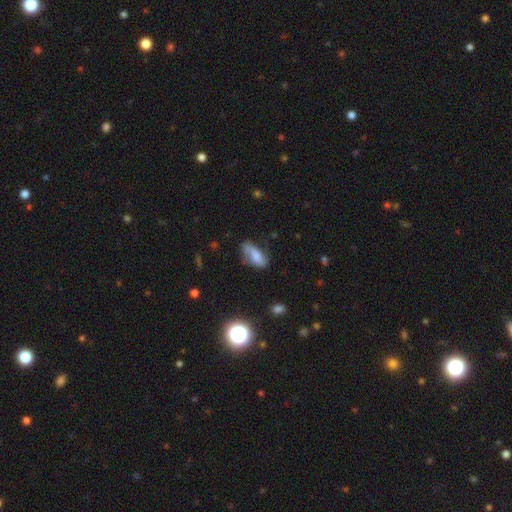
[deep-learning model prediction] Smooth or featured: smooth — 61% (featured or disk — 29%)
How rounded: in between — 81% (cigar-shaped — 14%)
Merging: none — 44% (minor disturbance — 32%)